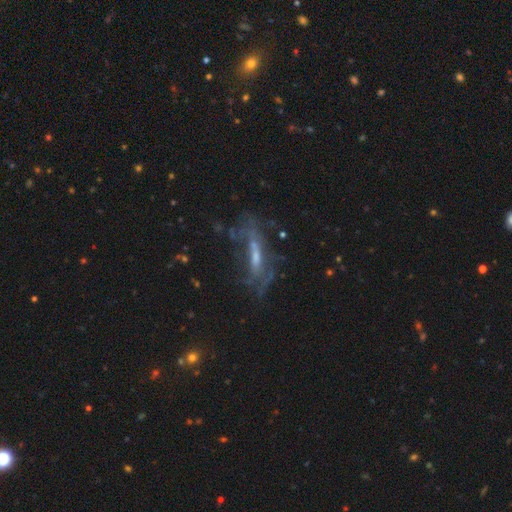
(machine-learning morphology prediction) Overall: featured or disk (67%). Edge-on disk: no (69%; yes 31%). Merging: none (46%; major disturbance 29%).